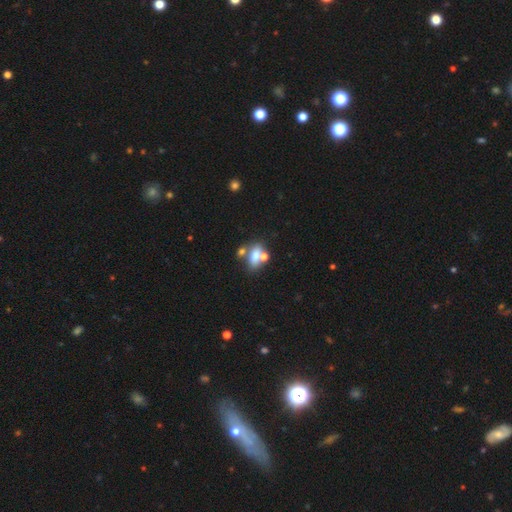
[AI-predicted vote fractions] Smooth or featured?
  - smooth: 71% *
  - featured or disk: 18%
  - star or artifact: 12%
How rounded?
  - in between: 79% *
  - round: 14%
  - cigar-shaped: 7%
Merging?
  - none: 45% *
  - merger: 35%
  - minor disturbance: 14%
  - major disturbance: 7%